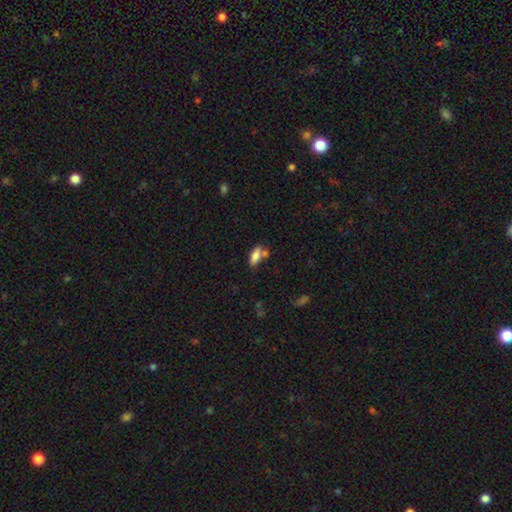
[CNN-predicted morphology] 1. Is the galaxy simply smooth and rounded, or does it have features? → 81% smooth, 10% featured or disk, 8% star or artifact.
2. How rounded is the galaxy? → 79% in between, 19% cigar-shaped, 3% round.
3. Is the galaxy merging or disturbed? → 55% none, 24% merger, 16% minor disturbance, 5% major disturbance.